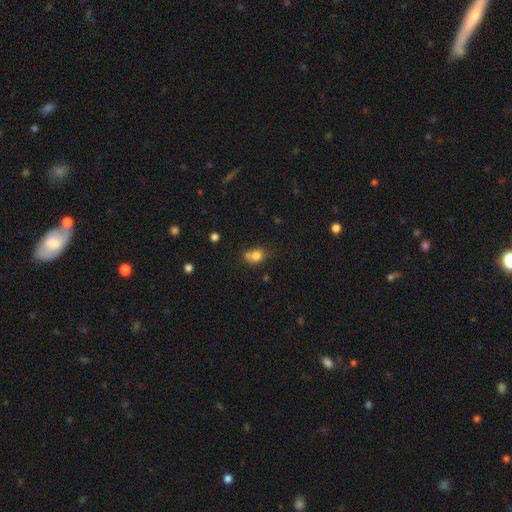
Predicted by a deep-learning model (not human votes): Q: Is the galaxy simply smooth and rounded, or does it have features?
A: smooth — 78%.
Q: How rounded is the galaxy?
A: in between — 51%.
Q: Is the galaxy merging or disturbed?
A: none — 43%.